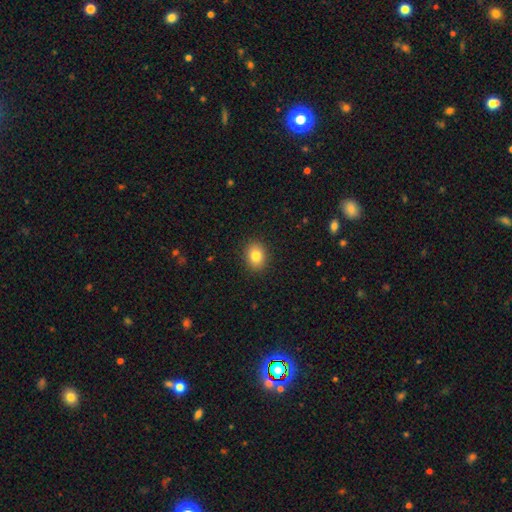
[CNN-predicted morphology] smooth_or_featured: smooth (p=0.83) [alt: star or artifact p=0.10]
how_rounded: in between (p=0.54) [alt: round p=0.46]
merging: none (p=0.90) [alt: minor disturbance p=0.07]